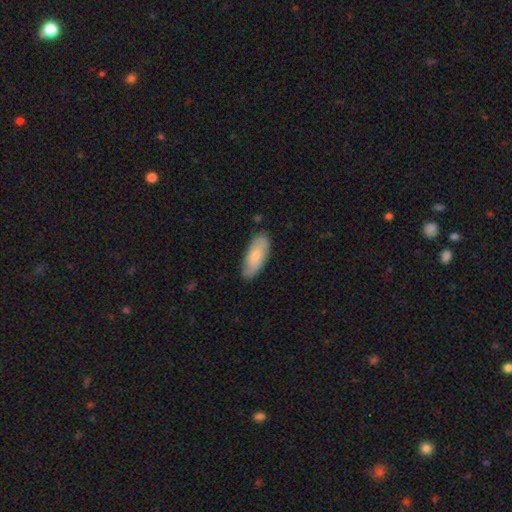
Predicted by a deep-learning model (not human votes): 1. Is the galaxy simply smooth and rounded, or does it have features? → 65% smooth, 30% featured or disk, 6% star or artifact.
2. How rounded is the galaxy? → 82% in between, 16% cigar-shaped, 2% round.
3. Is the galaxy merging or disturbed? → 78% none, 18% minor disturbance, 3% major disturbance, 2% merger.